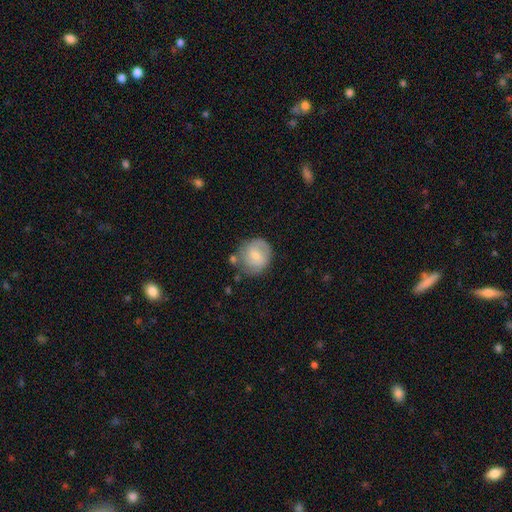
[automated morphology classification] Overall: smooth (50%; featured or disk 43%). Merging: none (64%).